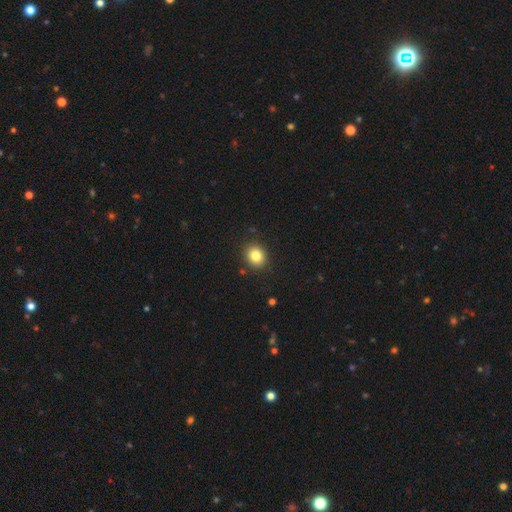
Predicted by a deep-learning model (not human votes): Smooth or featured? Predicted: smooth (p=0.82). How rounded? Predicted: round (p=0.68). Merging? Predicted: none (p=0.88).